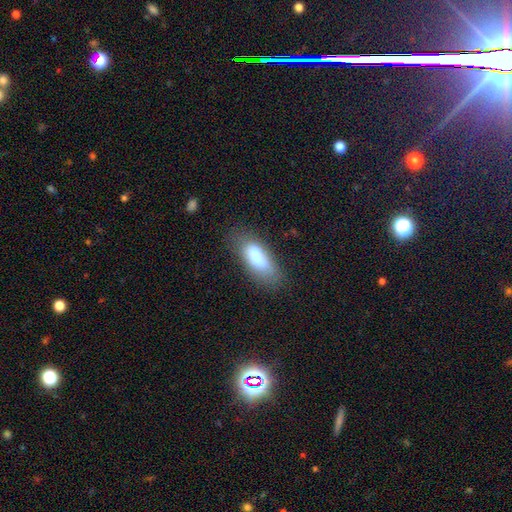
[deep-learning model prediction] A smooth galaxy with no disk features (74%) that is in between round and cigar-shaped (75%). Merging: none (67%).